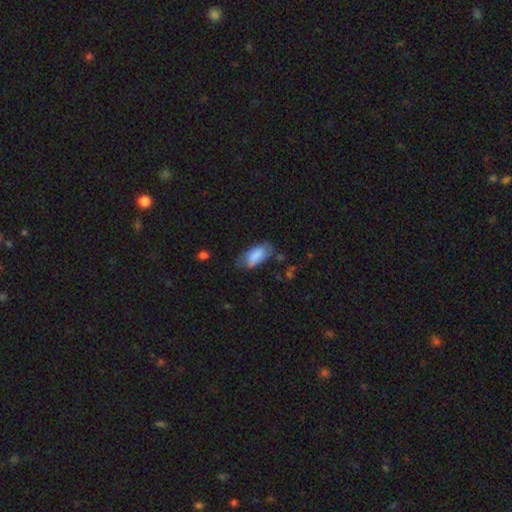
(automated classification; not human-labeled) Overall: smooth (77%). How rounded: in between (89%). Merging: none (56%; minor disturbance 31%).